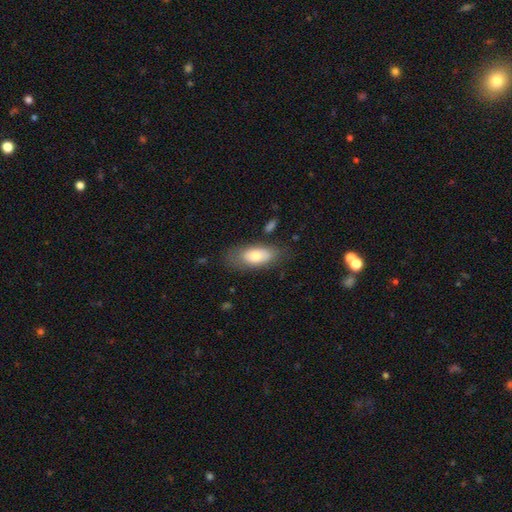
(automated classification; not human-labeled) This appears to be a smooth galaxy with no disk features (70%) that is in between round and cigar-shaped (86%). Merging: none (71%).